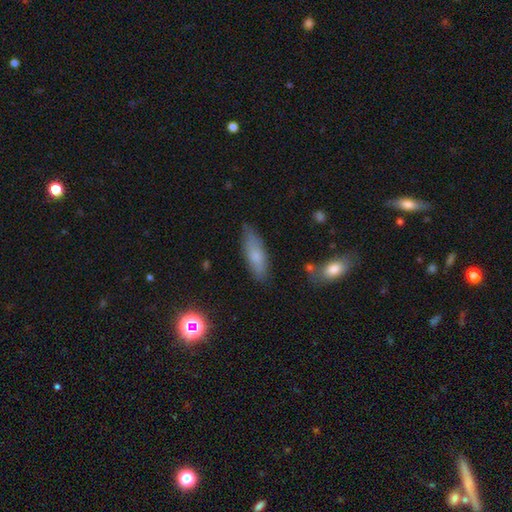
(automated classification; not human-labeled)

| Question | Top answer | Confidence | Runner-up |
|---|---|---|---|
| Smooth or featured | smooth | 71% | featured or disk (21%) |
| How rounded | in between | 52% | cigar-shaped (46%) |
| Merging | none | 77% | minor disturbance (17%) |